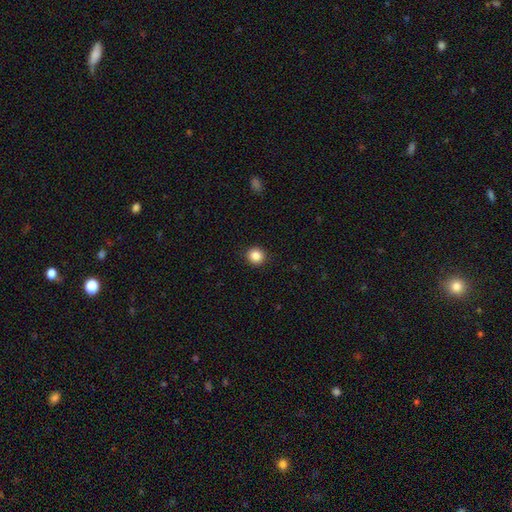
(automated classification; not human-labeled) Smooth or featured?
  - smooth: 86% *
  - star or artifact: 10%
  - featured or disk: 4%
How rounded?
  - round: 91% *
  - in between: 8%
  - cigar-shaped: 1%
Merging?
  - none: 92% *
  - minor disturbance: 5%
  - major disturbance: 2%
  - merger: 1%